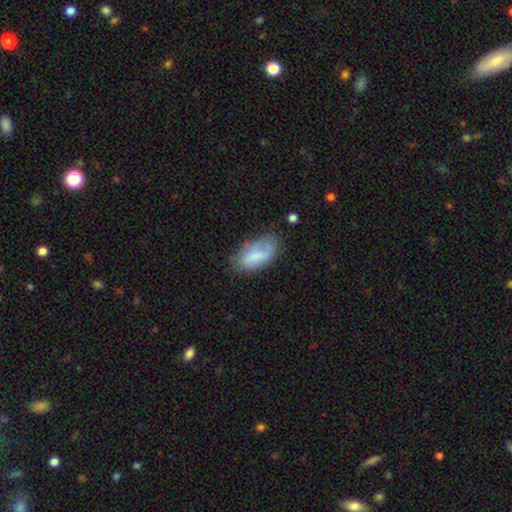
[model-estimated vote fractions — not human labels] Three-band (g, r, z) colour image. It shows a smooth galaxy with no disk features (70%) that is in between round and cigar-shaped (92%). Merging: none (55%).